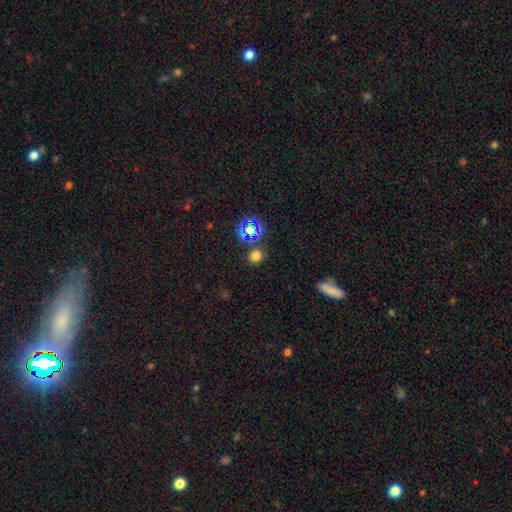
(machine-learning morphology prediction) Smooth or featured?
  - smooth: 68% *
  - star or artifact: 26%
  - featured or disk: 5%
How rounded?
  - round: 89% *
  - in between: 10%
  - cigar-shaped: 1%
Merging?
  - none: 81% *
  - minor disturbance: 8%
  - merger: 7%
  - major disturbance: 4%